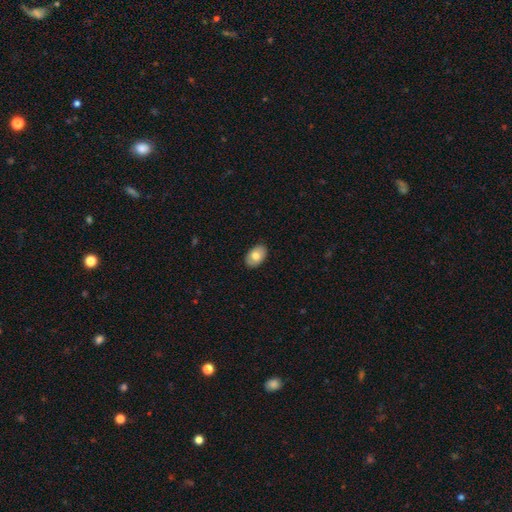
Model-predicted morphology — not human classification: smooth-or-featured: smooth: 76% | featured or disk: 18% | star or artifact: 7%
  how-rounded: in between: 89% | round: 10% | cigar-shaped: 1%
  merging: none: 88% | minor disturbance: 9% | major disturbance: 2% | merger: 1%